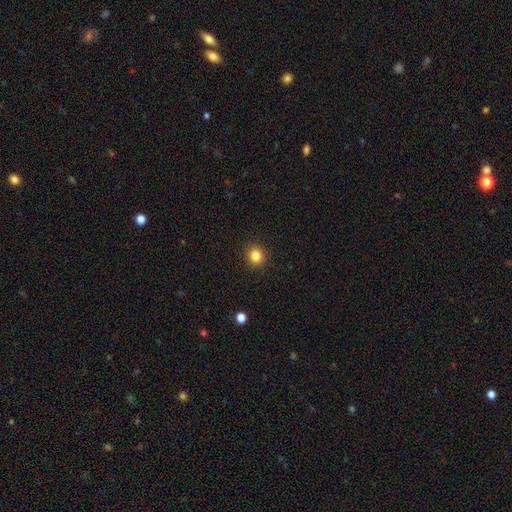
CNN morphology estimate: Smooth or featured?
  - smooth: 84% *
  - star or artifact: 11%
  - featured or disk: 5%
How rounded?
  - round: 84% *
  - in between: 15%
  - cigar-shaped: 1%
Merging?
  - none: 91% *
  - minor disturbance: 6%
  - major disturbance: 2%
  - merger: 1%